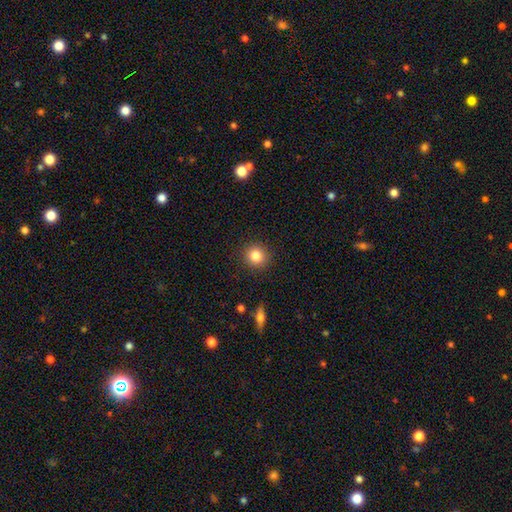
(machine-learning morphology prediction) Smooth or featured? smooth (83%)
How rounded? round (92%)
Merging? none (91%)